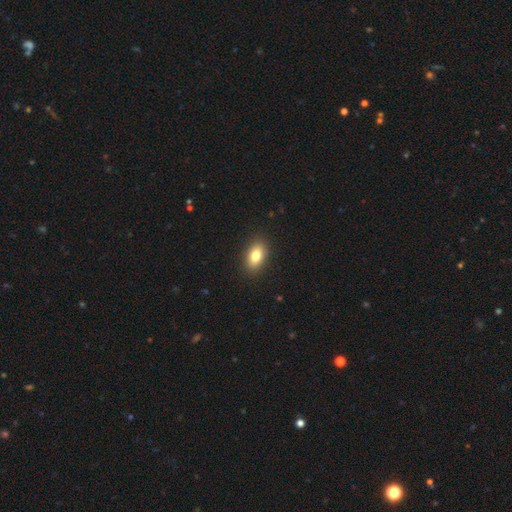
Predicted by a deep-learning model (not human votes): Overall: smooth (81%). How rounded: in between (88%). Merging: none (89%).